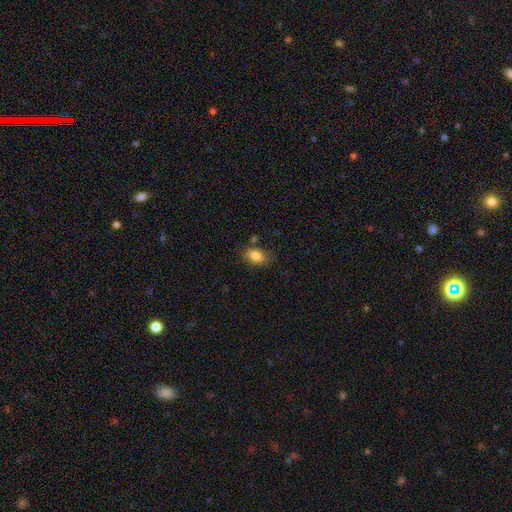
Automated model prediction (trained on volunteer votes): smooth 82%, featured or disk 9%, star or artifact 8%. Down the decision tree: how rounded — in between (87%); merging — none (76%).